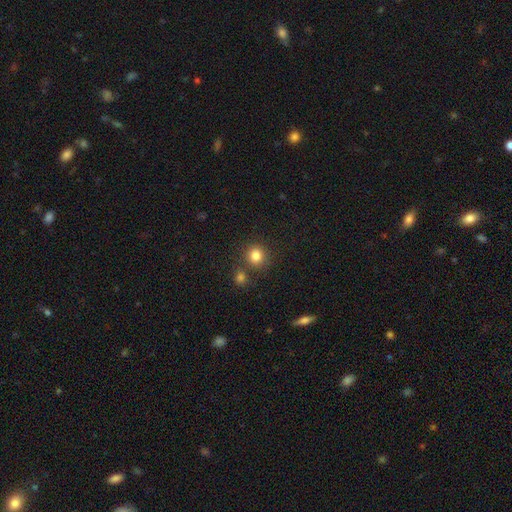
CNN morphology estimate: smooth_or_featured: smooth (p=0.83) [alt: star or artifact p=0.12]
how_rounded: round (p=0.89) [alt: in between p=0.10]
merging: none (p=0.77) [alt: merger p=0.12]